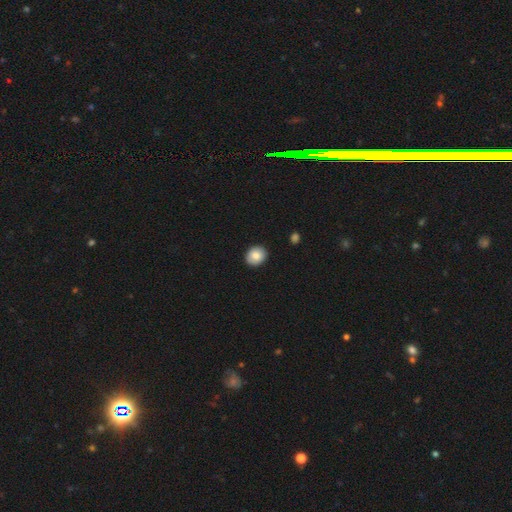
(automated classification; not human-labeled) The model was most divided on "how rounded": round: 62%, in between: 37%, cigar-shaped: 1%. More confident: merging — none (89%); smooth or featured — smooth (84%).